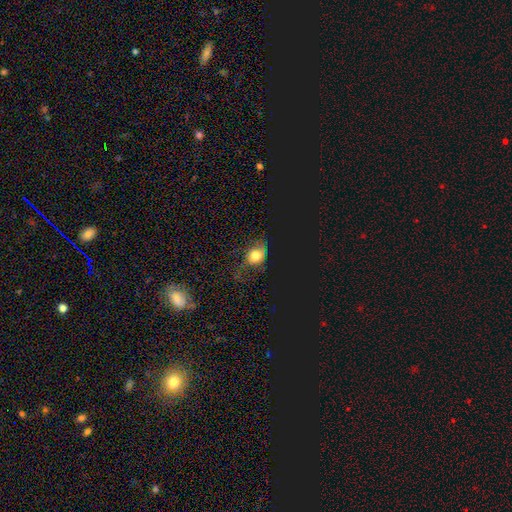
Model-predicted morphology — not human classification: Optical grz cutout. It shows a smooth galaxy with no disk features (60%) that is round (64%). Merging: none (49%).